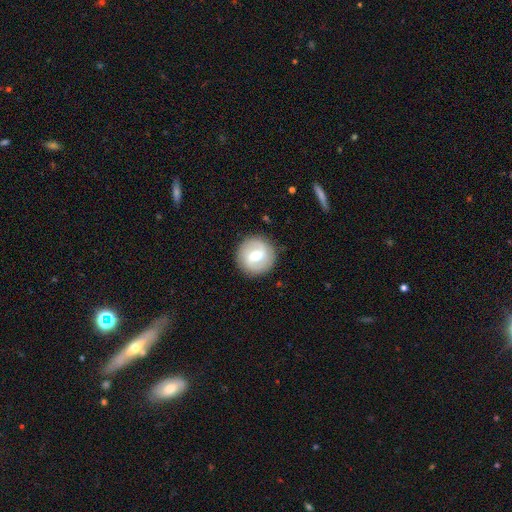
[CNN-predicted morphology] This is possibly a featured or disk galaxy (58%). It is clearly not viewed edge-on (96%). Bar: possibly weak (54%). Spiral arm pattern: likely yes (73%). Central bulge: likely moderate (70%). Merging: clearly none (89%).